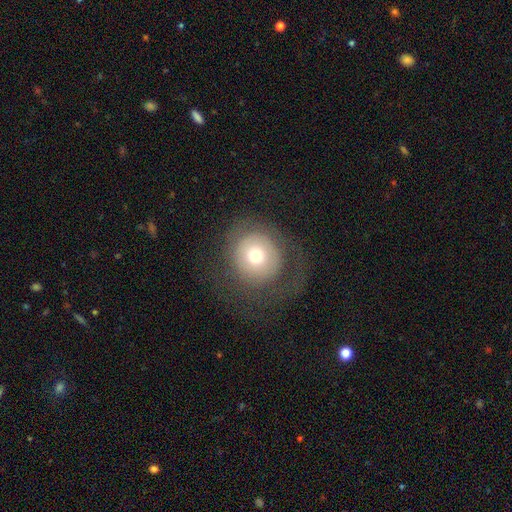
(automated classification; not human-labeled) smooth_or_featured: smooth (p=0.60) [alt: featured or disk p=0.29]
how_rounded: round (p=0.90) [alt: in between p=0.09]
merging: none (p=0.64) [alt: major disturbance p=0.20]